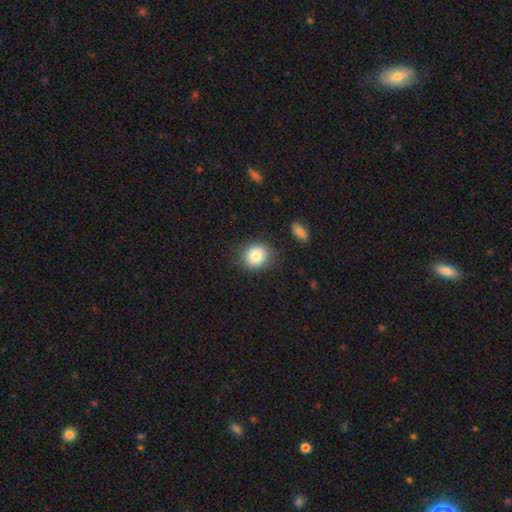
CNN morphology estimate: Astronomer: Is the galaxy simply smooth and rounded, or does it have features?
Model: smooth — 83%.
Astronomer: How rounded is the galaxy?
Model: round — 78%.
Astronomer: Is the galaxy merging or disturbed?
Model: none — 85%.